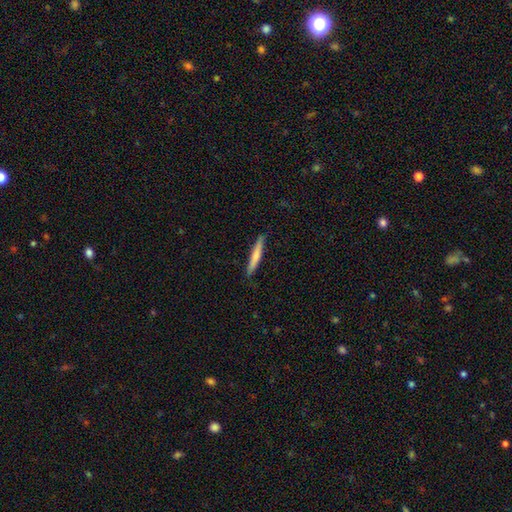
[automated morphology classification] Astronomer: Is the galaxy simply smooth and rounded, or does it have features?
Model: smooth — 64%.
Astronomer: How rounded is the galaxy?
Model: cigar-shaped — 94%.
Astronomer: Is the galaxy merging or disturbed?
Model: none — 88%.